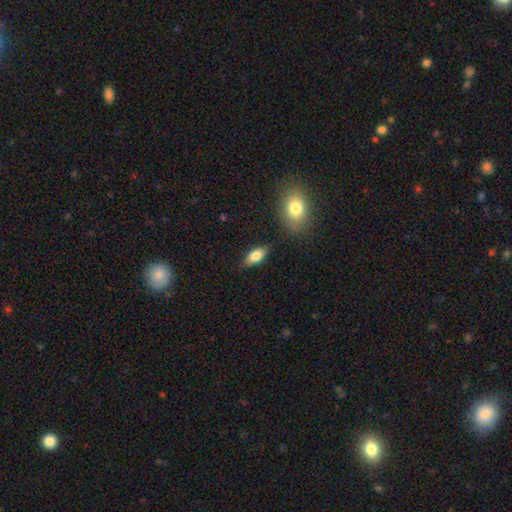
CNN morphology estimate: A smooth galaxy with no disk features (80%) that is in between round and cigar-shaped (87%). Merging: none (81%).